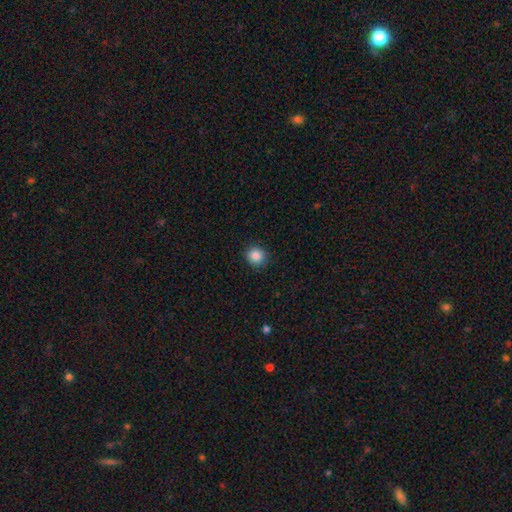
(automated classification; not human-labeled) Smooth or featured?
  - smooth: 87% *
  - star or artifact: 10%
  - featured or disk: 3%
How rounded?
  - round: 91% *
  - in between: 8%
  - cigar-shaped: 1%
Merging?
  - none: 90% *
  - minor disturbance: 7%
  - major disturbance: 2%
  - merger: 1%